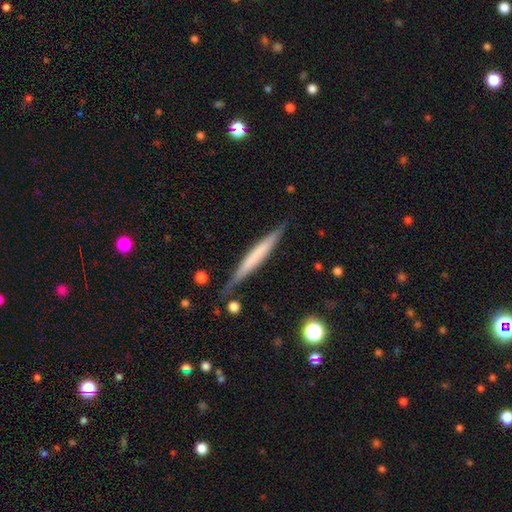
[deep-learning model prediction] Overall: smooth (48%; featured or disk 46%). Merging: none (80%).